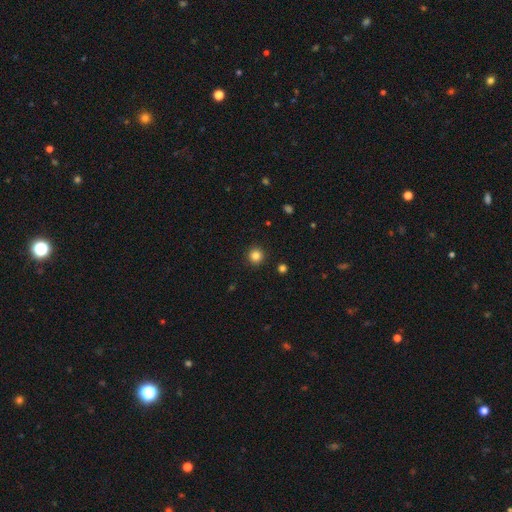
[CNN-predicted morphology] This appears to be a smooth galaxy with no disk features (84%) that is round (96%). Merging: none (93%).